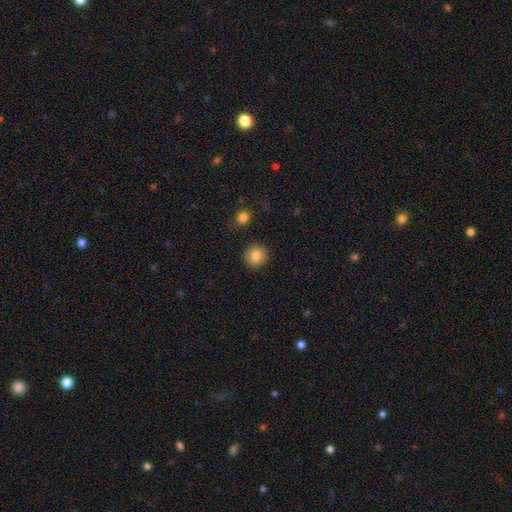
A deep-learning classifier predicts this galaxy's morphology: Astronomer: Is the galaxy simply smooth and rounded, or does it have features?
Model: smooth — 84%.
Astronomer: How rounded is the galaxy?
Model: round — 93%.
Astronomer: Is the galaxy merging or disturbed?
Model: none — 89%.